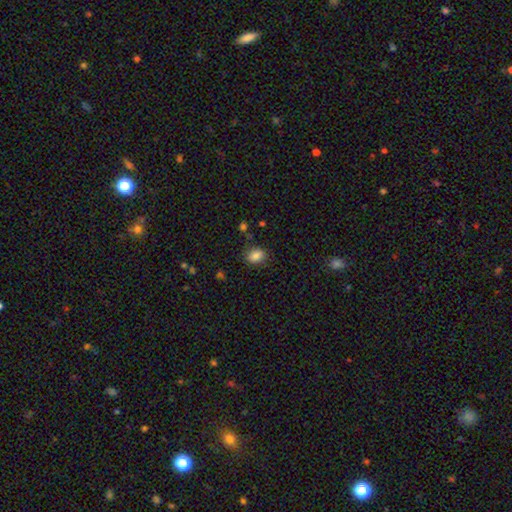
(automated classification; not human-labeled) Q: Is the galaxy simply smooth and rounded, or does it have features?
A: smooth — 84%.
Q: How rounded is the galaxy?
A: in between — 67%.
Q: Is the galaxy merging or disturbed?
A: none — 81%.